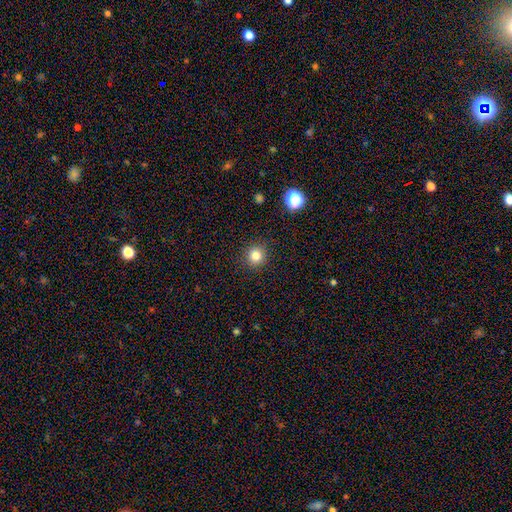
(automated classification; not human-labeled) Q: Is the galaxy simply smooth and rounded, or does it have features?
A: smooth — 82%.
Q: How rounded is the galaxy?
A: round — 93%.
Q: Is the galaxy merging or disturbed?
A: none — 91%.